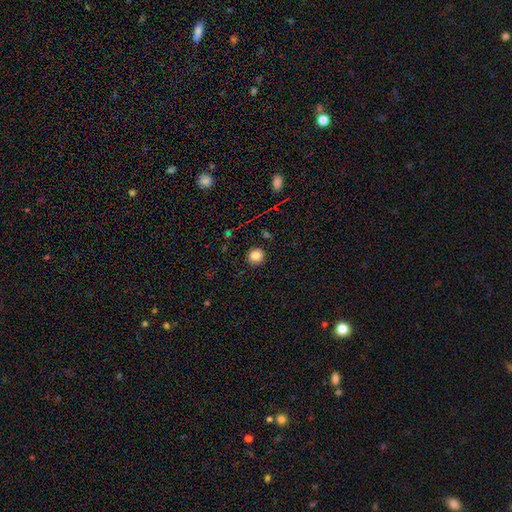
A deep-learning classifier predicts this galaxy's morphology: smooth-or-featured: smooth: 84% | star or artifact: 12% | featured or disk: 4%
  how-rounded: round: 89% | in between: 10% | cigar-shaped: 1%
  merging: none: 89% | minor disturbance: 7% | major disturbance: 2% | merger: 1%